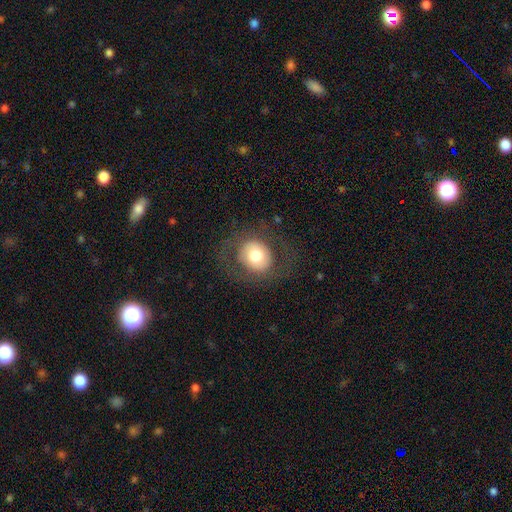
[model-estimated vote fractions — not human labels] This is likely a smooth galaxy (63%). How rounded: likely round (68%). Merging: likely none (74%).